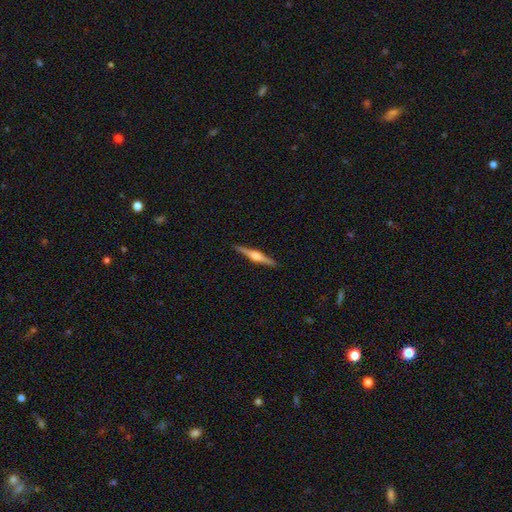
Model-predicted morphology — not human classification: Overall: featured or disk (81%). Edge-on disk: yes (98%). Edge-on bulge: rounded (84%). Merging: none (92%).